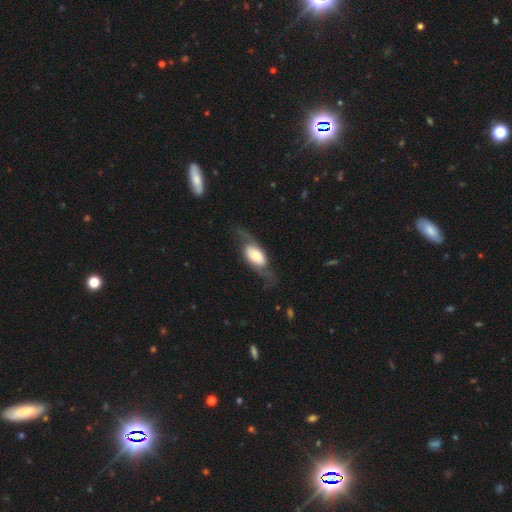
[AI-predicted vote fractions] smooth_or_featured: featured or disk (p=0.63) [alt: smooth p=0.31]
disk_edge_on: no (p=0.81) [alt: yes p=0.19]
bar: no (p=0.60) [alt: weak p=0.24]
has_spiral_arms: yes (p=0.73) [alt: no p=0.27]
bulge_size: moderate (p=0.43) [alt: large p=0.25]
merging: none (p=0.62) [alt: minor disturbance p=0.18]